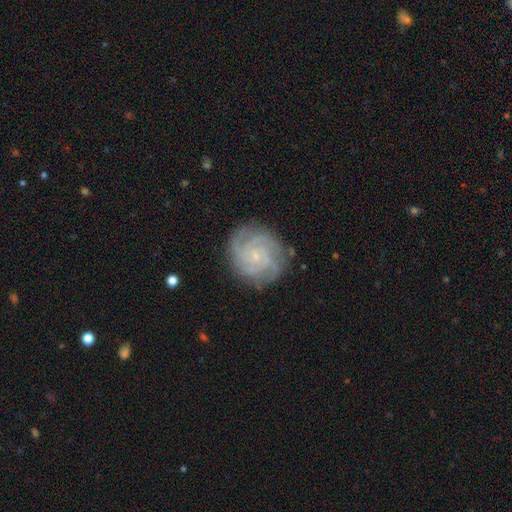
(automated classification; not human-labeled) Smooth or featured? featured or disk (84%)
Edge-on disk? no (98%)
Bar? no (72%)
Spiral arms? yes (97%)
Spiral winding? tight (72%)
Spiral arm count? 4 (31%)
Bulge size? small (81%)
Merging? none (83%)